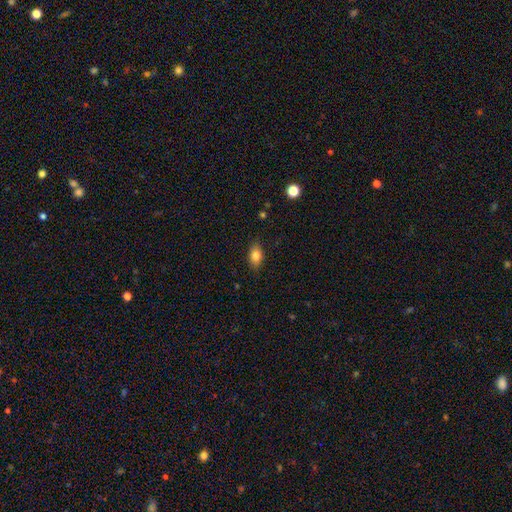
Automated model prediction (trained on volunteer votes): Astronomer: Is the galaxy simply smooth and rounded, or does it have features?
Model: smooth — 83%.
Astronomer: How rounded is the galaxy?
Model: in between — 87%.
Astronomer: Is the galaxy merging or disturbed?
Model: none — 85%.